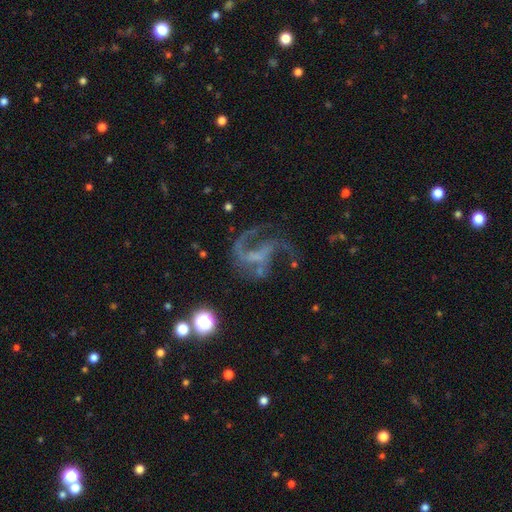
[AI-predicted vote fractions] Overall: featured or disk (79%). Edge-on disk: no (98%). Bar: weak (40%; no 38%). Spiral arms: yes (89%). Spiral arm count: 2 (48%; 1 24%). Spiral winding: loose (50%; medium 40%). Bulge size: none (58%; small 24%). Merging: none (45%; major disturbance 35%).